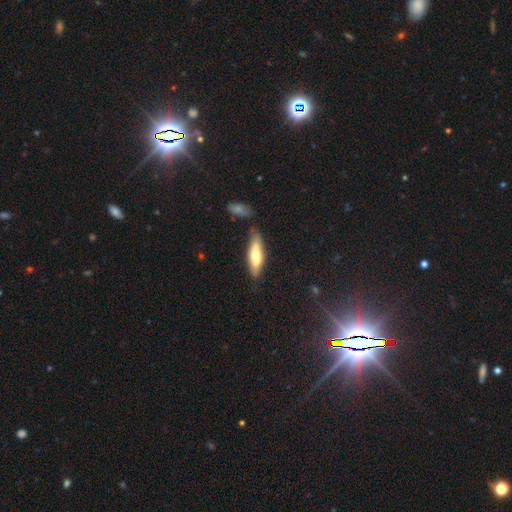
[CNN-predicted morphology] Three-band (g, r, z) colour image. It shows a smooth galaxy with no disk features (61%) that is cigar-shaped (58%). Merging: none (73%).